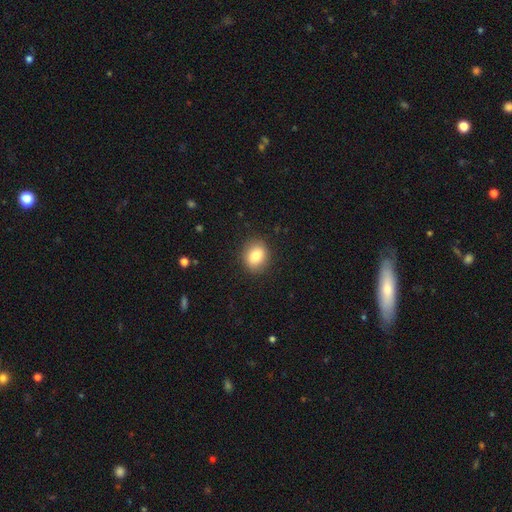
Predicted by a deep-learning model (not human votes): smooth-or-featured: smooth: 82% | featured or disk: 9% | star or artifact: 9%
  how-rounded: round: 58% | in between: 41% | cigar-shaped: 1%
  merging: none: 87% | minor disturbance: 9% | major disturbance: 3% | merger: 1%